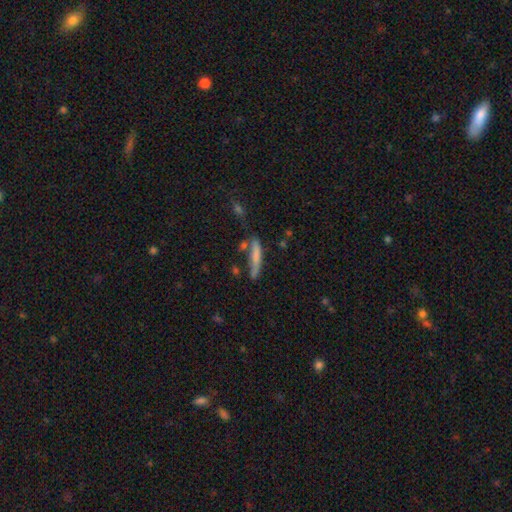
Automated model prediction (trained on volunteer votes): This is likely a smooth galaxy (70%). How rounded: clearly cigar-shaped (87%). Merging: likely none (61%).